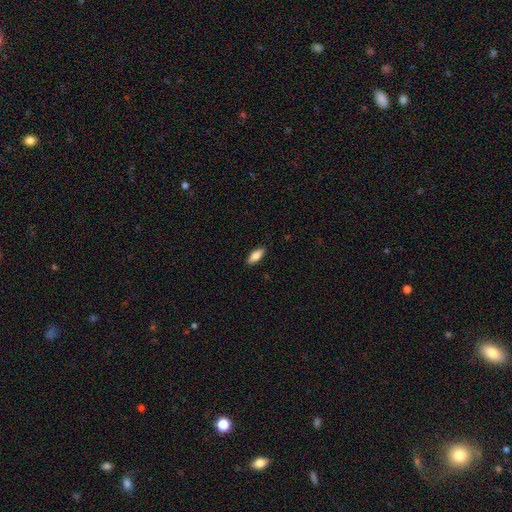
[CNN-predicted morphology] Smooth or featured?
  - smooth: 78% *
  - featured or disk: 15%
  - star or artifact: 6%
How rounded?
  - in between: 75% *
  - cigar-shaped: 23%
  - round: 2%
Merging?
  - none: 89% *
  - minor disturbance: 9%
  - major disturbance: 2%
  - merger: 1%